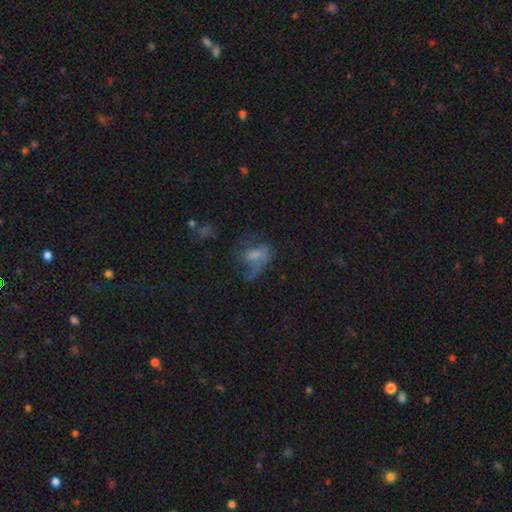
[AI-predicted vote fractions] smooth_or_featured: featured or disk (p=0.52) [alt: smooth p=0.35]
disk_edge_on: no (p=0.96) [alt: yes p=0.04]
merging: major disturbance (p=0.47) [alt: none p=0.29]